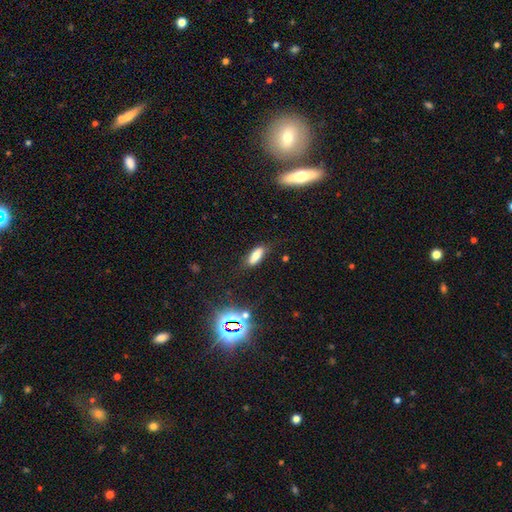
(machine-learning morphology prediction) This is likely a smooth galaxy (72%). How rounded: likely in between (69%). Merging: likely none (77%).